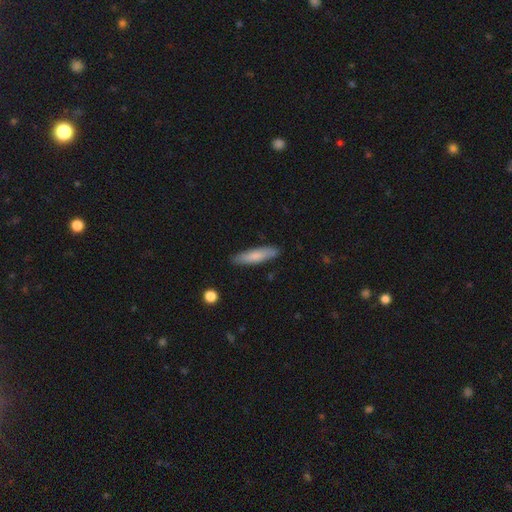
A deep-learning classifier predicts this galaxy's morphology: Smooth or featured? Predicted: smooth (p=0.76). How rounded? Predicted: cigar-shaped (p=0.76). Merging? Predicted: none (p=0.87).